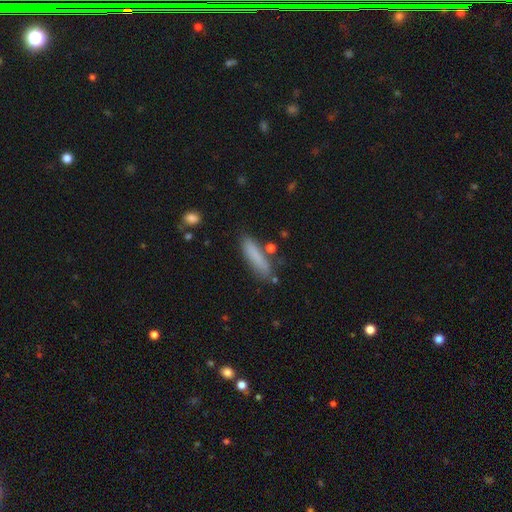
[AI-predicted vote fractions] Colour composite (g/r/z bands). It shows a smooth galaxy with no disk features (82%) that is cigar-shaped (77%). Merging: none (78%).